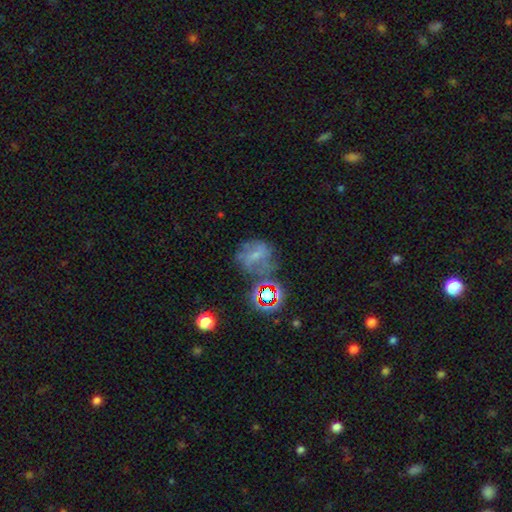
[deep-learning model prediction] Morphology: type=featured or disk (40%); merging=none (48%).